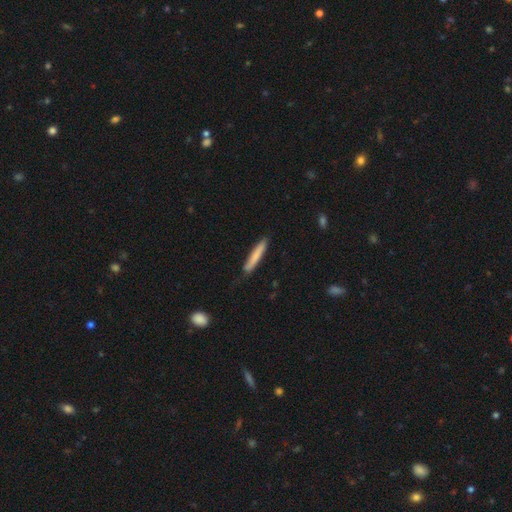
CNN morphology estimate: smooth_or_featured: smooth (p=0.77) [alt: featured or disk p=0.18]
how_rounded: cigar-shaped (p=0.94) [alt: in between p=0.05]
merging: none (p=0.81) [alt: minor disturbance p=0.15]